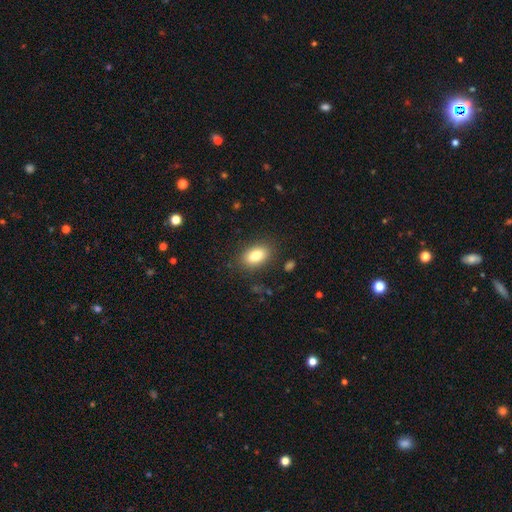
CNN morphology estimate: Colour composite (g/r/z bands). It shows a smooth galaxy with no disk features (83%) that is in between round and cigar-shaped (88%). Merging: none (85%).